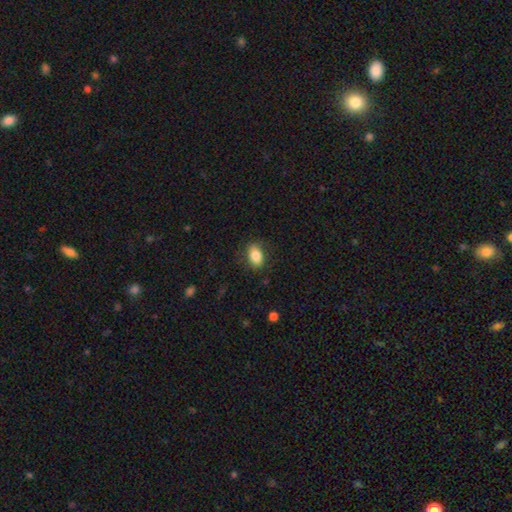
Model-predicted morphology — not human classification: The model was most divided on "merging": none: 83%, minor disturbance: 13%, major disturbance: 4%, merger: 1%. More confident: how rounded — in between (86%); smooth or featured — smooth (83%).